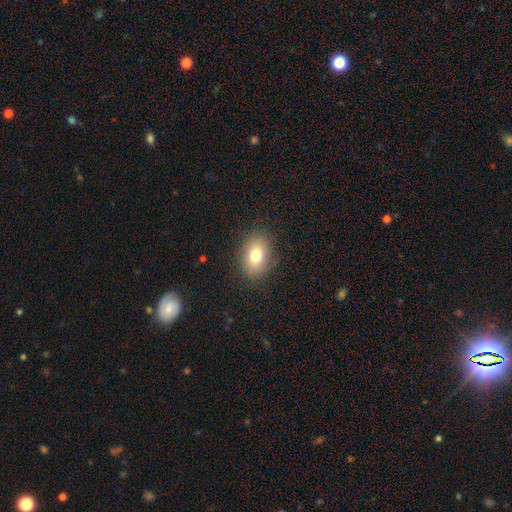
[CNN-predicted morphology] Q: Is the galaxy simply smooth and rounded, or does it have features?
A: smooth — 78%.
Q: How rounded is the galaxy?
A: in between — 79%.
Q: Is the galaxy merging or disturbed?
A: none — 87%.